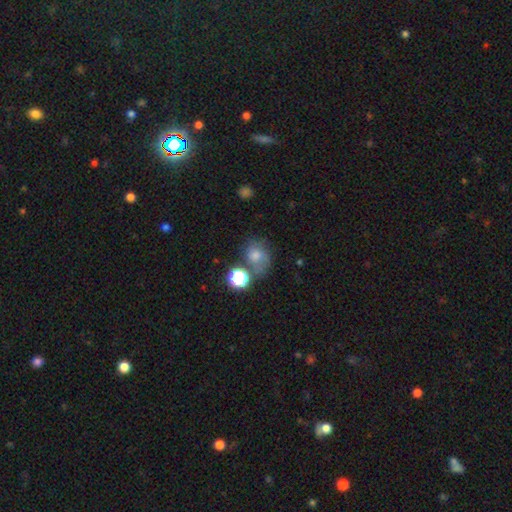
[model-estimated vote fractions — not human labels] Overall: smooth (53%; star or artifact 27%). How rounded: round (62%; in between 37%). Merging: none (58%).